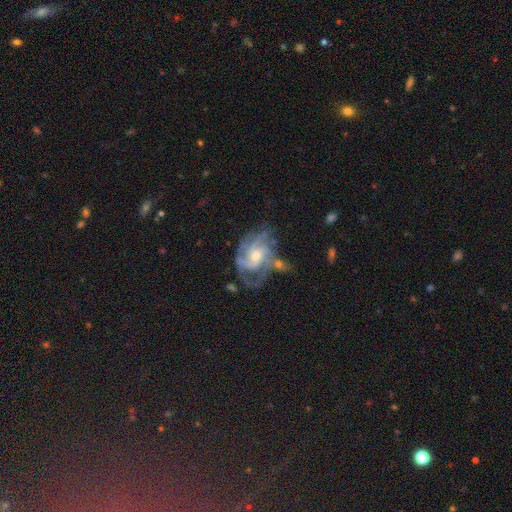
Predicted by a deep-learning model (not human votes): Smooth or featured?
  - featured or disk: 87% *
  - smooth: 7%
  - star or artifact: 6%
Edge-on disk?
  - no: 97% *
  - yes: 3%
Bar?
  - no: 61% *
  - weak: 32%
  - strong: 7%
Spiral arms?
  - yes: 95% *
  - no: 5%
Spiral winding?
  - tight: 48% *
  - medium: 41%
  - loose: 11%
Spiral arm count?
  - 3: 33% *
  - can't tell: 22%
  - 2: 18%
  - 4: 16%
  - more than 4: 5%
  - 1: 5%
Bulge size?
  - small: 50% *
  - moderate: 45%
  - large: 2%
  - none: 2%
  - dominant: 1%
Merging?
  - none: 52% *
  - minor disturbance: 22%
  - major disturbance: 18%
  - merger: 9%